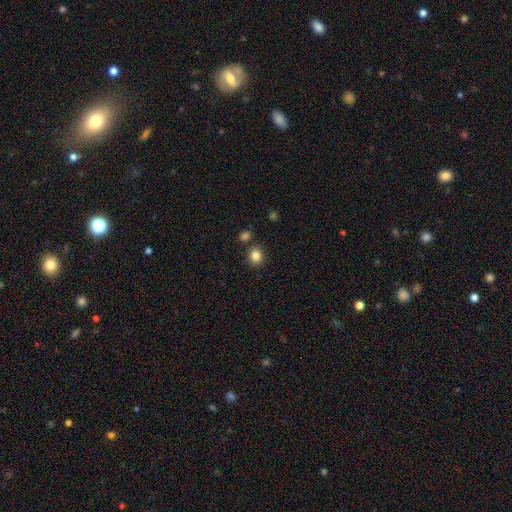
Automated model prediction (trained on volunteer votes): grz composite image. It shows a smooth galaxy with no disk features (84%) that is round (74%). Merging: none (84%).